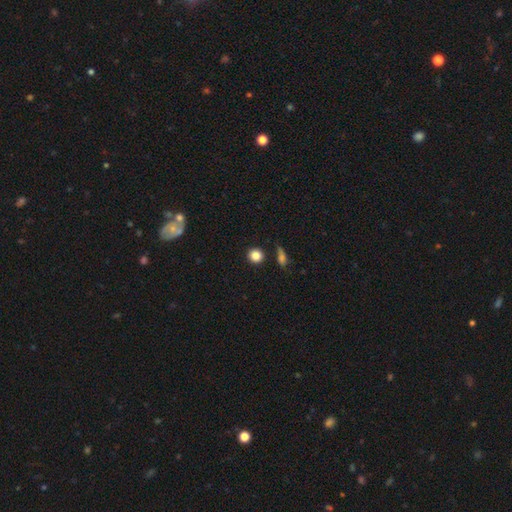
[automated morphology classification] Overall: smooth (84%). How rounded: round (88%). Merging: none (84%).